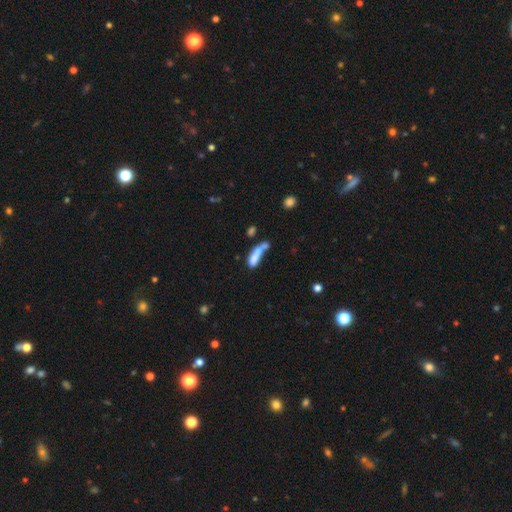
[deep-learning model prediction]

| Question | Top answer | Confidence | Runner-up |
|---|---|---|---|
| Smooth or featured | smooth | 67% | featured or disk (23%) |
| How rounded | cigar-shaped | 53% | in between (43%) |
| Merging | merger | 49% | none (22%) |